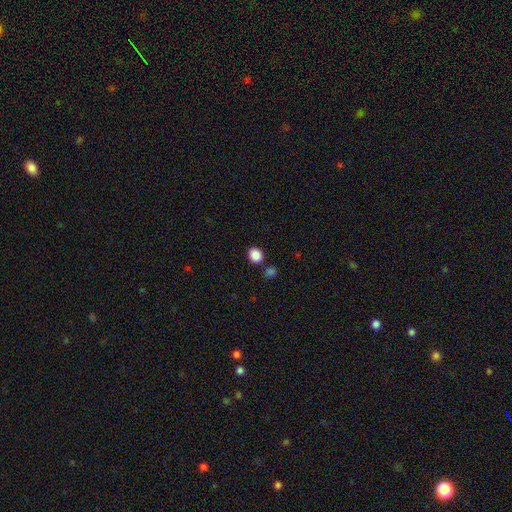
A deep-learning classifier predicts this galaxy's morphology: Smooth or featured?
  - smooth: 87% *
  - star or artifact: 10%
  - featured or disk: 3%
How rounded?
  - round: 70% *
  - in between: 29%
  - cigar-shaped: 1%
Merging?
  - none: 81% *
  - minor disturbance: 8%
  - merger: 8%
  - major disturbance: 3%